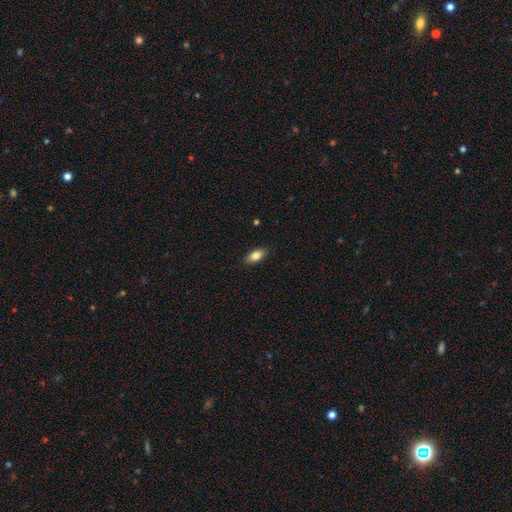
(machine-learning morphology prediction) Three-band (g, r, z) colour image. It shows a smooth galaxy with no disk features (82%) that is in between round and cigar-shaped (89%). Merging: none (88%).